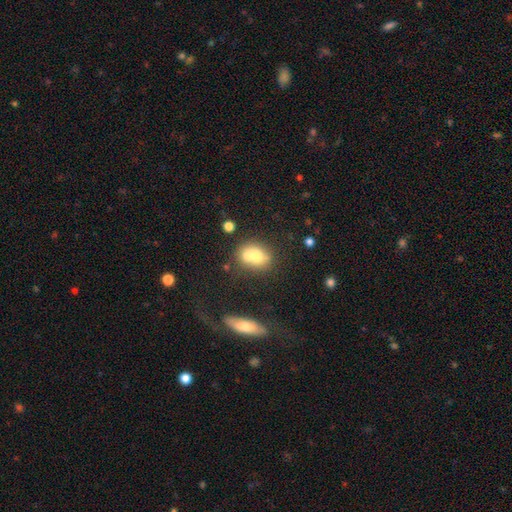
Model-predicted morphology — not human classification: The model was most divided on "how rounded": round: 53%, in between: 45%, cigar-shaped: 2%. More confident: smooth or featured — smooth (65%); merging — merger (51%).